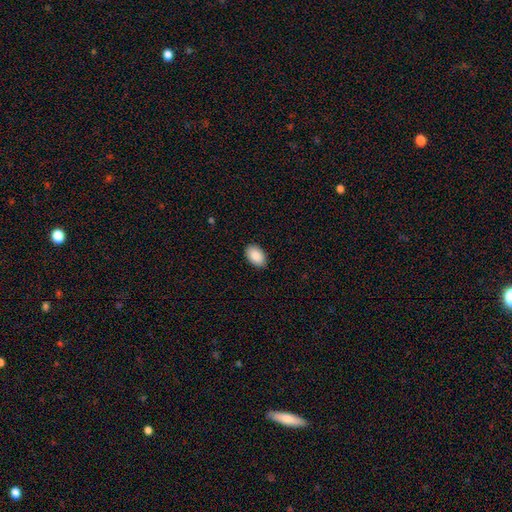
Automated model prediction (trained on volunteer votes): smooth-or-featured: smooth: 90% | star or artifact: 6% | featured or disk: 4%
  how-rounded: in between: 93% | round: 6% | cigar-shaped: 1%
  merging: none: 88% | minor disturbance: 9% | major disturbance: 2% | merger: 1%